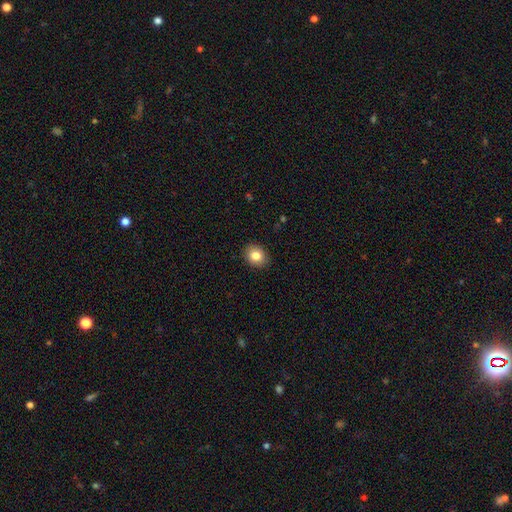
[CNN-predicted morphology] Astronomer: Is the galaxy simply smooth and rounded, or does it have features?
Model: smooth — 83%.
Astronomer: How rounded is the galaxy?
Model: round — 61% (runner-up: in between, 38%).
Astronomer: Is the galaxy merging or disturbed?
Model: none — 90%.